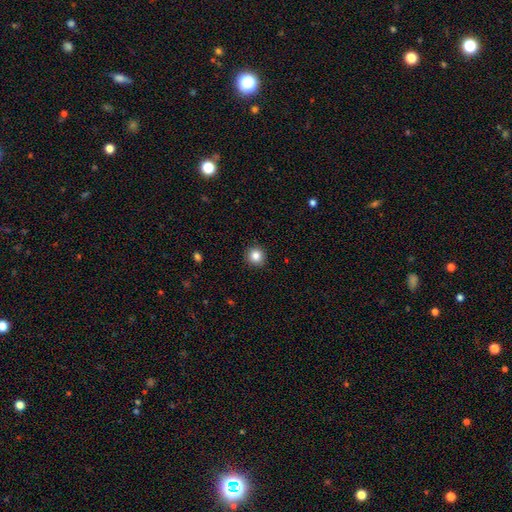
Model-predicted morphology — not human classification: Smooth or featured: smooth — 84% (star or artifact — 10%)
How rounded: round — 93% (in between — 7%)
Merging: none — 92% (minor disturbance — 6%)